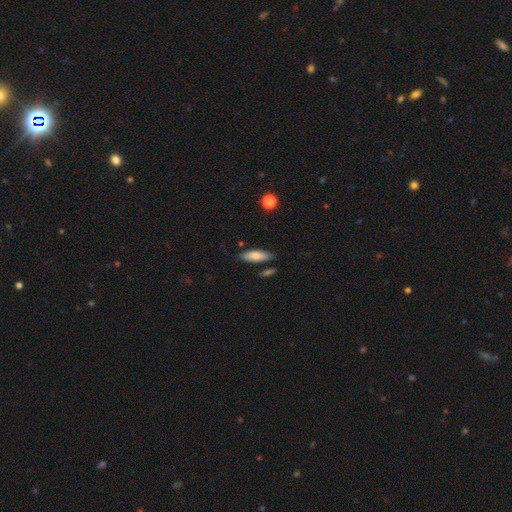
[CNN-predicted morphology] A smooth galaxy with no disk features (76%) that is in between round and cigar-shaped (55%). Merging: none (81%).